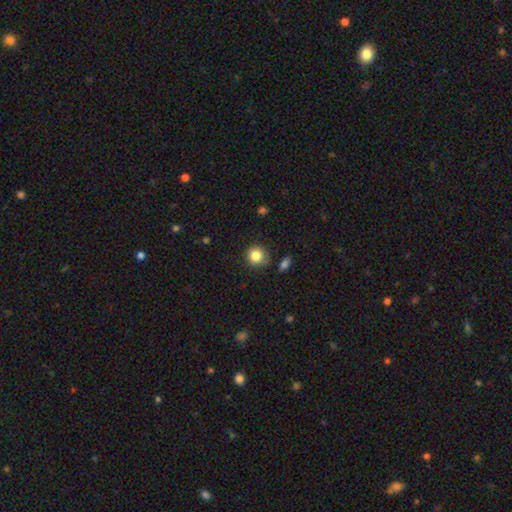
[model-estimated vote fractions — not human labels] smooth 84%, star or artifact 10%, featured or disk 6%. Down the decision tree: how rounded — round (92%); merging — none (85%).